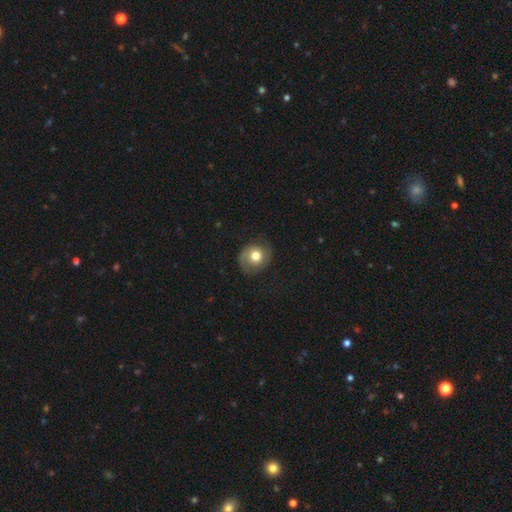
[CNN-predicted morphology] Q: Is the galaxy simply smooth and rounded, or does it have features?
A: smooth — 60%.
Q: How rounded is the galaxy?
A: round — 71%.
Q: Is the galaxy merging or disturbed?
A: none — 73%.